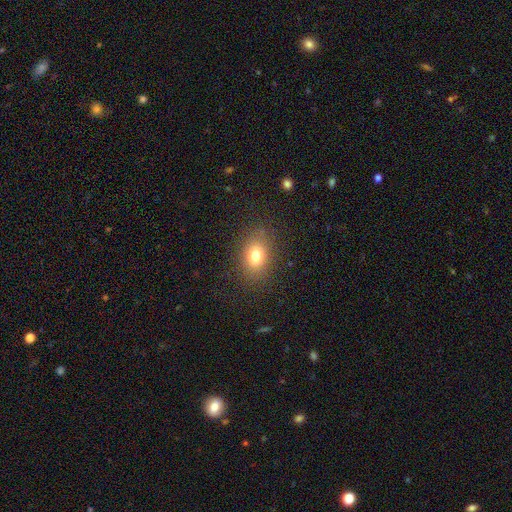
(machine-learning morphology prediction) Overall: smooth (77%). How rounded: in between (72%). Merging: none (84%).